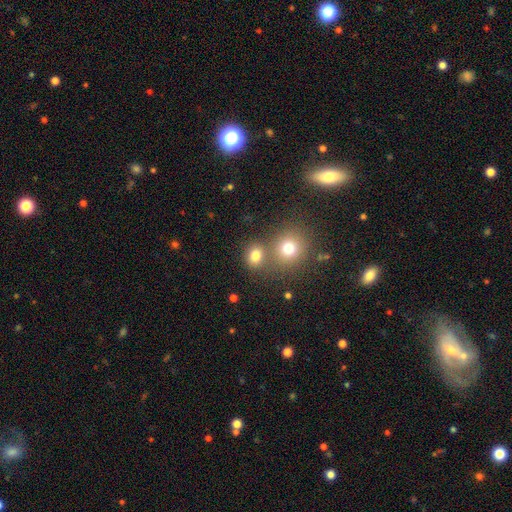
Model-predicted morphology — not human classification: Overall: smooth (77%). How rounded: round (69%; in between 30%). Merging: none (60%; merger 28%).